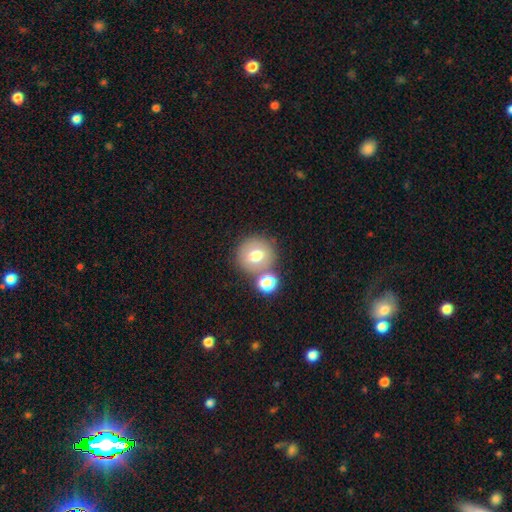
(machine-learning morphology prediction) Smooth or featured?
  - smooth: 71% *
  - featured or disk: 17%
  - star or artifact: 12%
How rounded?
  - round: 91% *
  - in between: 8%
  - cigar-shaped: 1%
Merging?
  - none: 72% *
  - merger: 15%
  - minor disturbance: 10%
  - major disturbance: 4%